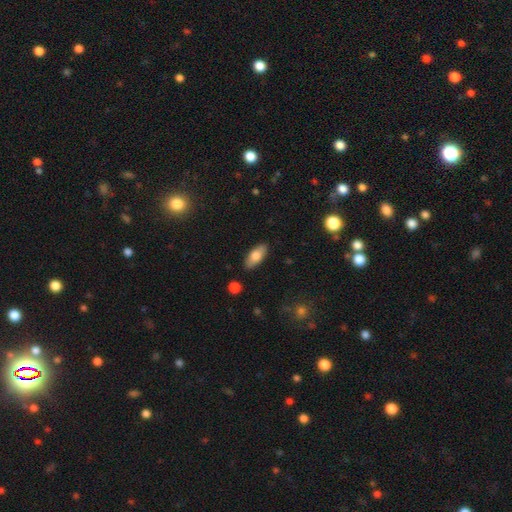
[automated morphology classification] Smooth or featured: smooth — 75% (featured or disk — 18%)
How rounded: in between — 84% (cigar-shaped — 14%)
Merging: none — 87% (minor disturbance — 9%)